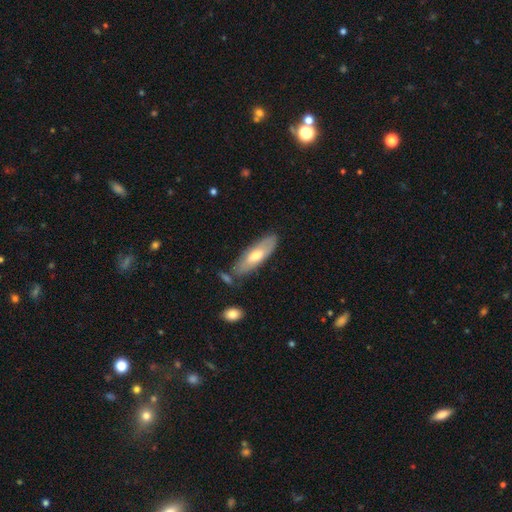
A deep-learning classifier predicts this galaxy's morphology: A smooth galaxy with no disk features (55%) that is in between round and cigar-shaped (58%).

Vote fractions:
- Smooth or featured? smooth: 55% / featured or disk: 39% / star or artifact: 6%
- How rounded? in between: 58% / cigar-shaped: 40% / round: 2%
- Merging? none: 76% / minor disturbance: 16% / merger: 5% / major disturbance: 4%